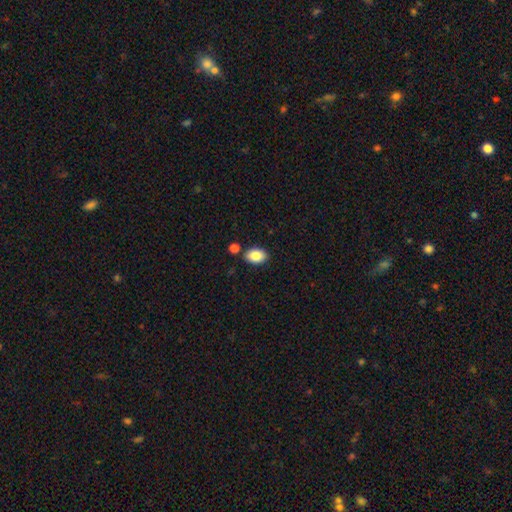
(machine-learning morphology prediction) Smooth or featured?
  - smooth: 86% *
  - star or artifact: 7%
  - featured or disk: 6%
How rounded?
  - in between: 85% *
  - round: 14%
  - cigar-shaped: 1%
Merging?
  - none: 82% *
  - minor disturbance: 9%
  - merger: 6%
  - major disturbance: 2%